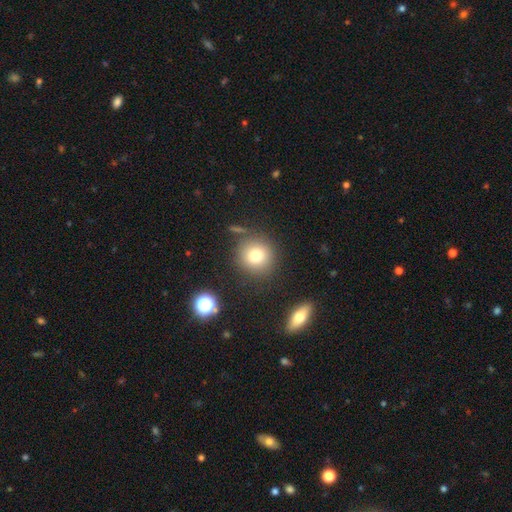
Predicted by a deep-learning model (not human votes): This is likely a smooth galaxy (78%). How rounded: clearly round (92%). Merging: clearly none (83%).